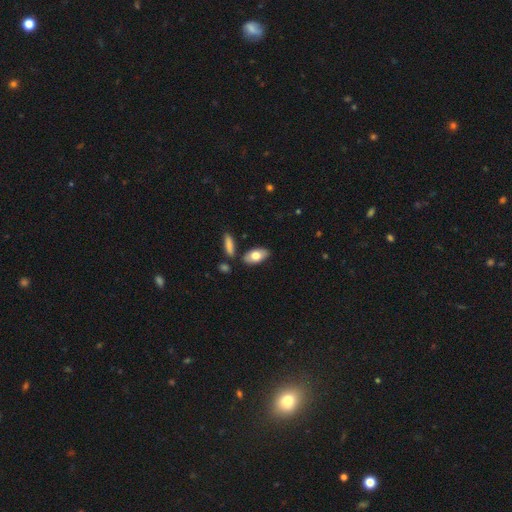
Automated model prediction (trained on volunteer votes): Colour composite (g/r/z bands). It shows a smooth galaxy with no disk features (76%) that is in between round and cigar-shaped (90%). Merging: none (81%).